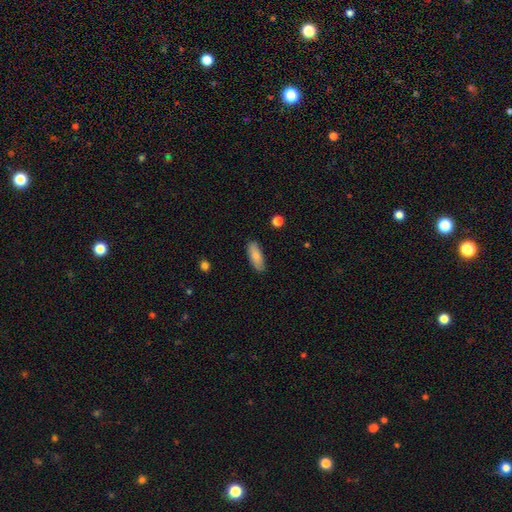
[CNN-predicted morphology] Overall: smooth (86%). How rounded: in between (68%; cigar-shaped 30%). Merging: none (87%).